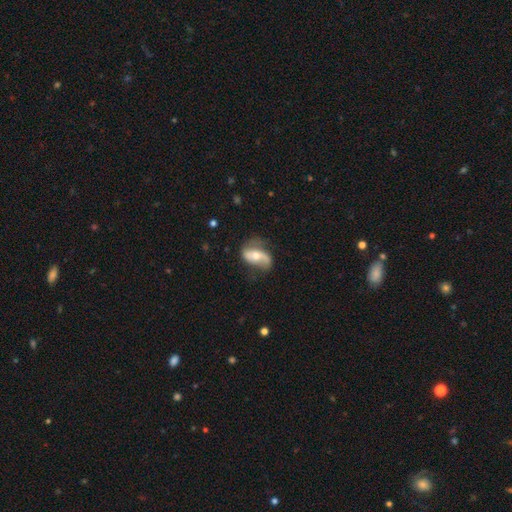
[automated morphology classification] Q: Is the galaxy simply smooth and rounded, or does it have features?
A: featured or disk — 67%.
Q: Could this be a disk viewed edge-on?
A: no — 93%.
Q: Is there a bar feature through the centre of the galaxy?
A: no — 50%.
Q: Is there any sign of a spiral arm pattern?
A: yes — 85%.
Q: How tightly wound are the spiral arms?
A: loose — 64%.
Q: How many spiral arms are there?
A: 2 — 79%.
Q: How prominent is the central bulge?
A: moderate — 62%.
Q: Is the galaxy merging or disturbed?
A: none — 55%.